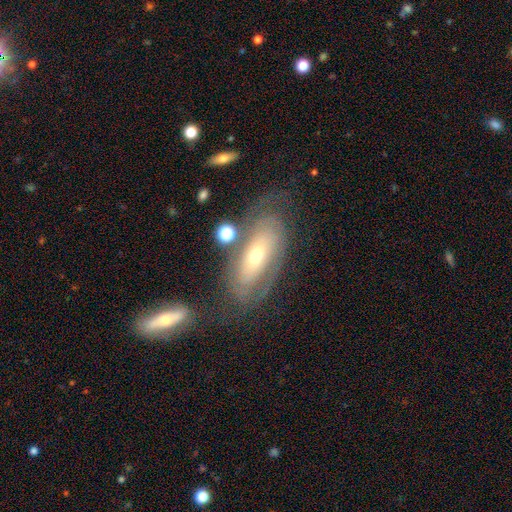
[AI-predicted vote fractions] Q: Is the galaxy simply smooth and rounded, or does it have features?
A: featured or disk — 70%.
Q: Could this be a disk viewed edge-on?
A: no — 88%.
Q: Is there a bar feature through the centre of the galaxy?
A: no — 64%.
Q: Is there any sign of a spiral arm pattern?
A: yes — 78%.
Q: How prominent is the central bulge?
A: moderate — 49%.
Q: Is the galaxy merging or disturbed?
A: none — 63%.